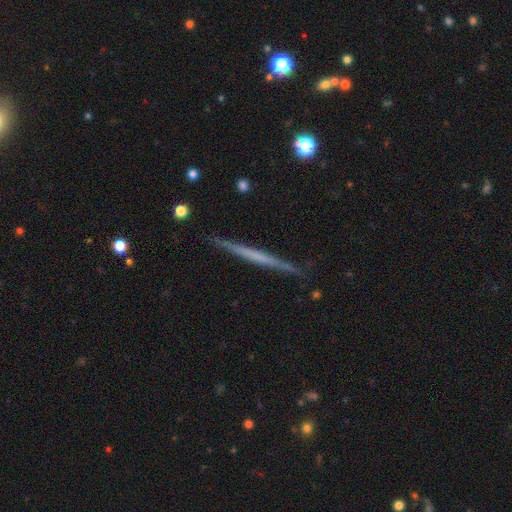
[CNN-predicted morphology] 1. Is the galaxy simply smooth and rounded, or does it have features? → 60% featured or disk, 35% smooth, 5% star or artifact.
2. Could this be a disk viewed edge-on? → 98% yes, 2% no.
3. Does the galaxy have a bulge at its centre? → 87% none, 8% rounded, 5% boxy.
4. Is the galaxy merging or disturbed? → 90% none, 7% minor disturbance, 1% major disturbance, 1% merger.